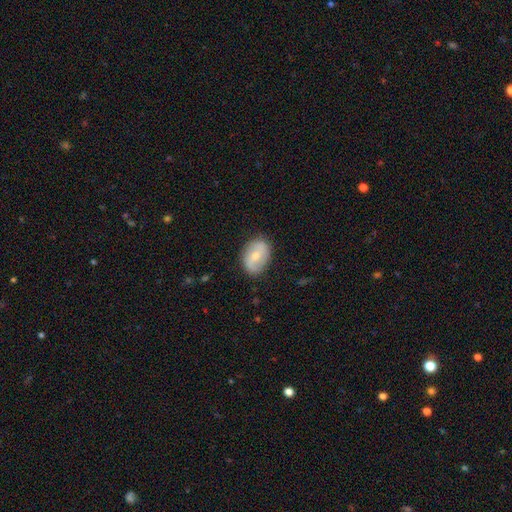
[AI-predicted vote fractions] The model was most divided on "smooth or featured" (2-way tie): smooth: 47%, featured or disk: 47%, star or artifact: 6%. More confident: merging — none (82%).